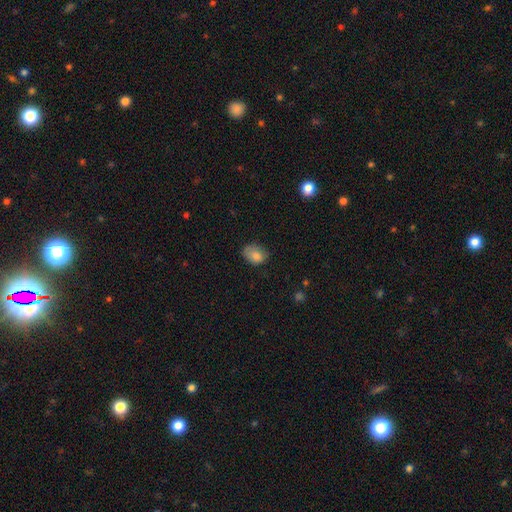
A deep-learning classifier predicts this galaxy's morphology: Smooth or featured?
  - smooth: 80% *
  - featured or disk: 11%
  - star or artifact: 9%
How rounded?
  - in between: 71% *
  - round: 28%
  - cigar-shaped: 1%
Merging?
  - none: 55% *
  - minor disturbance: 34%
  - major disturbance: 10%
  - merger: 2%